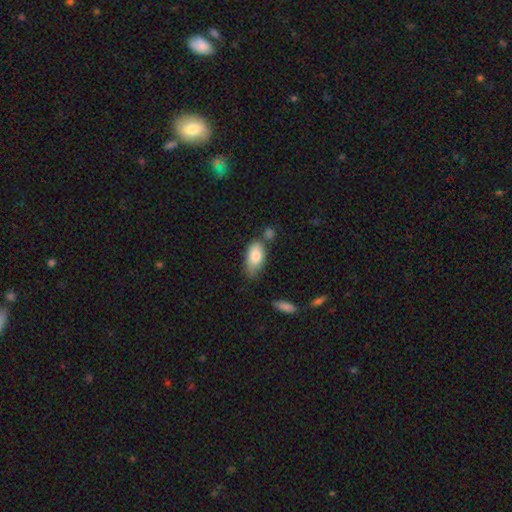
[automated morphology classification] The model was most divided on "merging": none: 56%, minor disturbance: 26%, merger: 11%, major disturbance: 6%. More confident: how rounded — in between (91%); smooth or featured — smooth (80%).